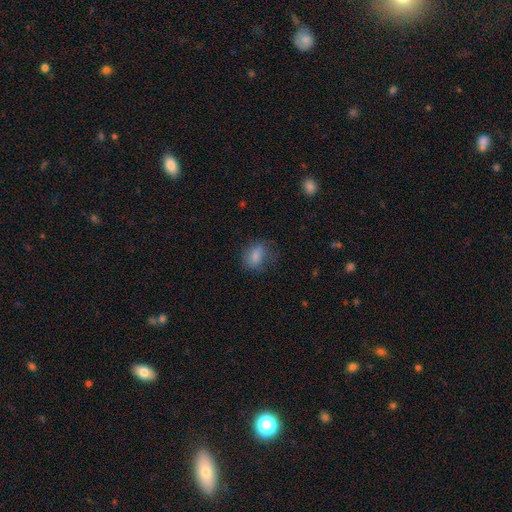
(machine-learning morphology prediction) smooth-or-featured: smooth: 78% | featured or disk: 12% | star or artifact: 10%
  how-rounded: in between: 65% | round: 33% | cigar-shaped: 2%
  merging: none: 60% | minor disturbance: 25% | major disturbance: 14% | merger: 1%